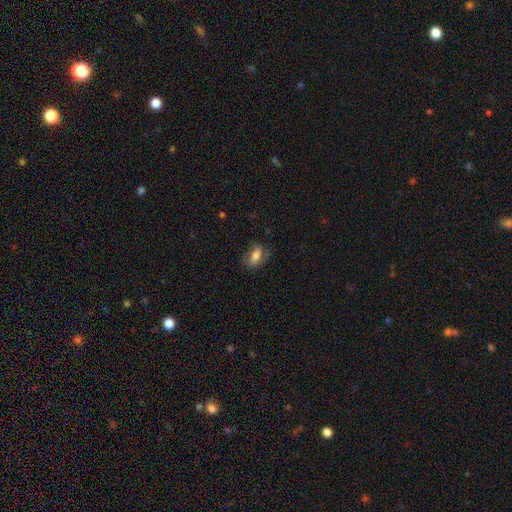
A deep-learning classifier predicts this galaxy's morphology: Q: Smooth or featured?
A: smooth (71%); runner-up: featured or disk (21%)
Q: How rounded?
A: in between (84%); runner-up: cigar-shaped (8%)
Q: Merging?
A: none (69%); runner-up: minor disturbance (21%)